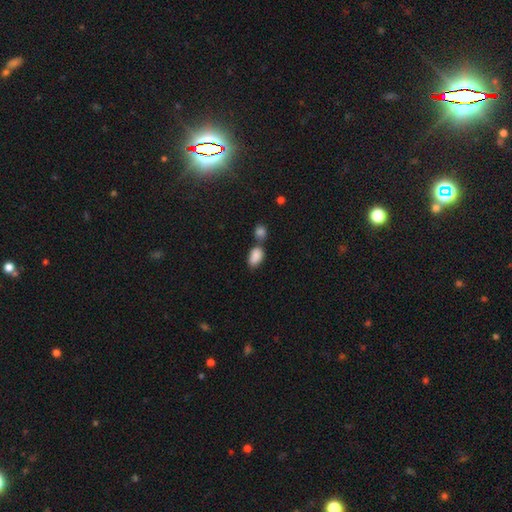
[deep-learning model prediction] A smooth galaxy with no disk features (87%) that is in between round and cigar-shaped (90%). Merging: none (43%).